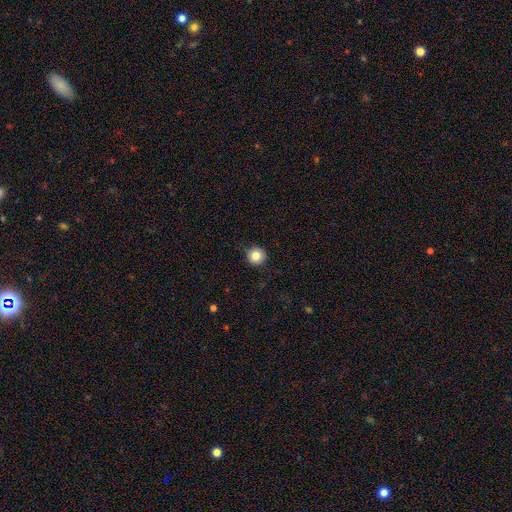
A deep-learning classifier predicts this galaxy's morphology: Smooth or featured? smooth (84%)
How rounded? round (95%)
Merging? none (91%)